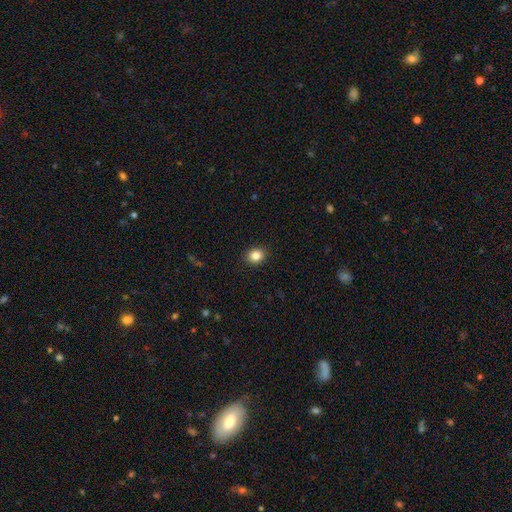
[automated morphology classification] The model was most divided on "how rounded": round: 57%, in between: 42%, cigar-shaped: 1%. More confident: merging — none (91%); smooth or featured — smooth (84%).